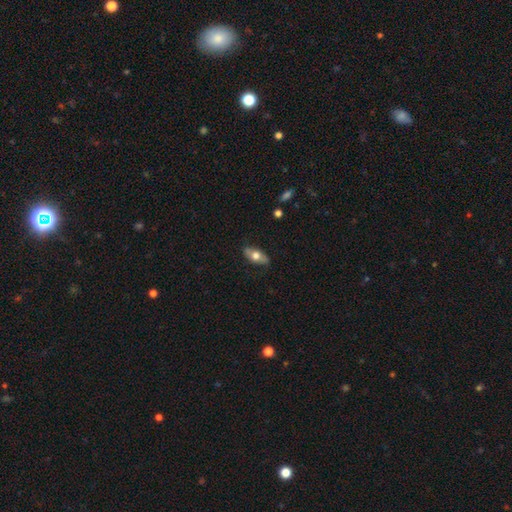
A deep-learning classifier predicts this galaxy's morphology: Smooth or featured? smooth (60%)
How rounded? in between (84%)
Merging? none (83%)